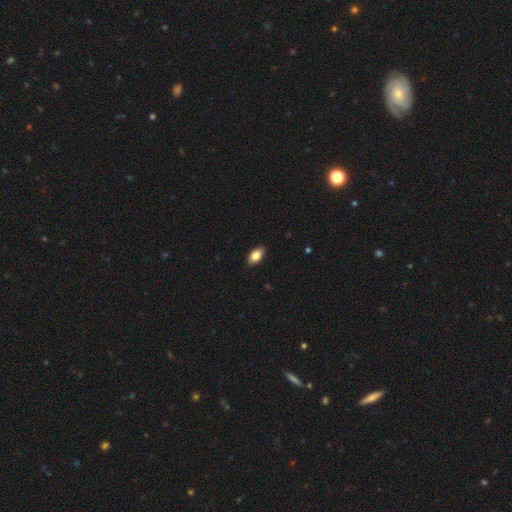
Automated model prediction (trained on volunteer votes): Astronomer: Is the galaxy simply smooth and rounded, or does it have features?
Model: smooth — 83%.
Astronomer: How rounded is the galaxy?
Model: in between — 92%.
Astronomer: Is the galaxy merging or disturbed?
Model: none — 89%.